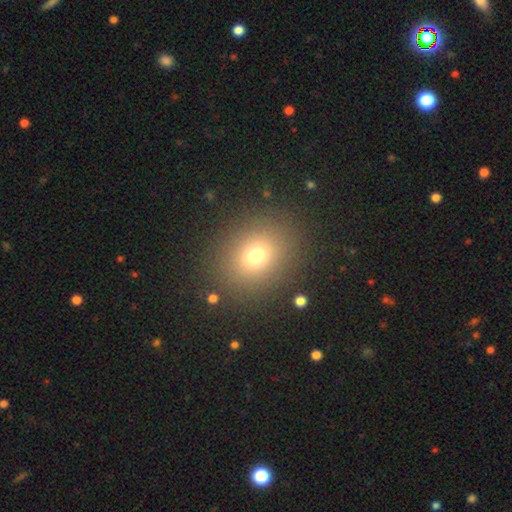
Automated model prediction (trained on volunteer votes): Smooth or featured? smooth (72%)
How rounded? round (63%)
Merging? none (87%)